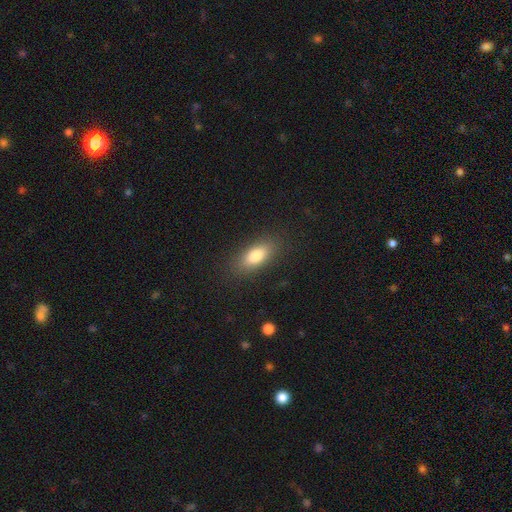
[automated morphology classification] Smooth or featured?
  - smooth: 80% *
  - featured or disk: 12%
  - star or artifact: 8%
How rounded?
  - in between: 81% *
  - cigar-shaped: 14%
  - round: 4%
Merging?
  - none: 85% *
  - minor disturbance: 10%
  - major disturbance: 4%
  - merger: 1%